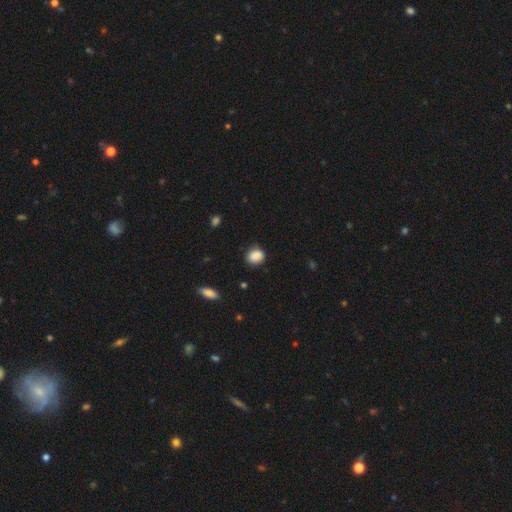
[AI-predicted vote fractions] Smooth or featured?
  - smooth: 88% *
  - star or artifact: 9%
  - featured or disk: 3%
How rounded?
  - round: 59% *
  - in between: 40%
  - cigar-shaped: 1%
Merging?
  - none: 82% *
  - minor disturbance: 13%
  - major disturbance: 3%
  - merger: 1%